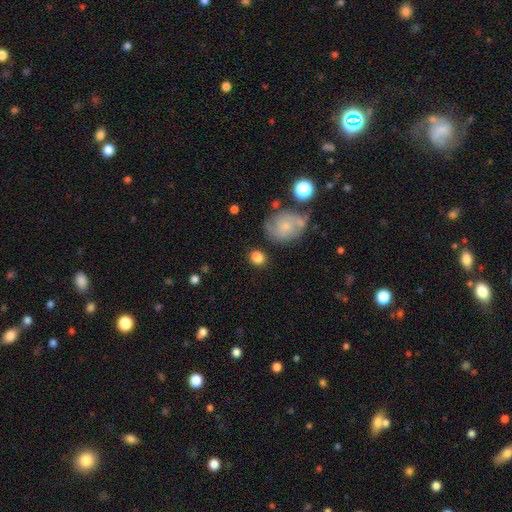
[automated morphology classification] type=smooth (80%); roundness=round (60%); merging=none (74%).